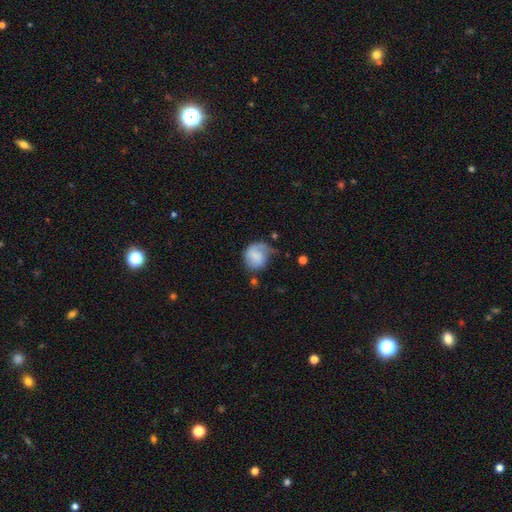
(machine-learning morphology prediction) smooth 61%, featured or disk 32%, star or artifact 8%. Down the decision tree: how rounded — round (68%); merging — none (35%).